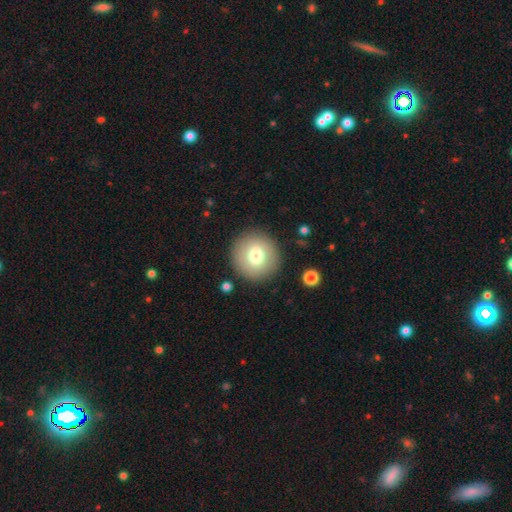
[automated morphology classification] This appears to be a smooth galaxy with no disk features (73%) that is round (93%). Merging: none (89%).